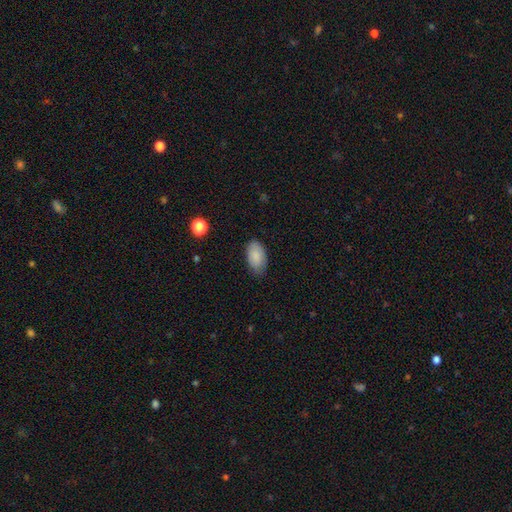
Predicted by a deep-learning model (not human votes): This is clearly a smooth galaxy (86%). How rounded: clearly in between (94%). Merging: likely none (78%).